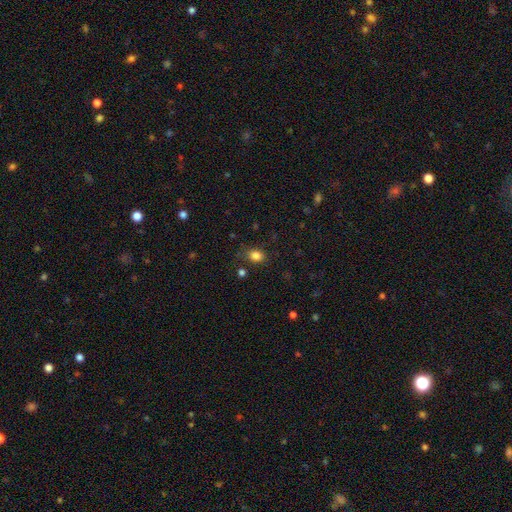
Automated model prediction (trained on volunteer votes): This appears to be a smooth galaxy with no disk features (83%) that is in between round and cigar-shaped (57%). Merging: none (77%).